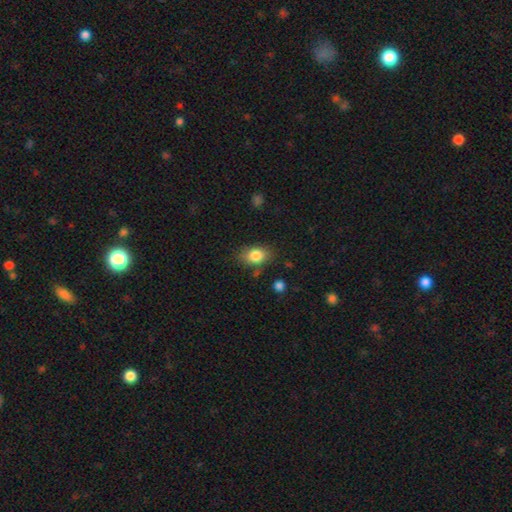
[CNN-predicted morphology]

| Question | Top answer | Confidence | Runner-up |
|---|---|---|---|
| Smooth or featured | smooth | 83% | star or artifact (9%) |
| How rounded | in between | 75% | round (23%) |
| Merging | none | 76% | minor disturbance (16%) |